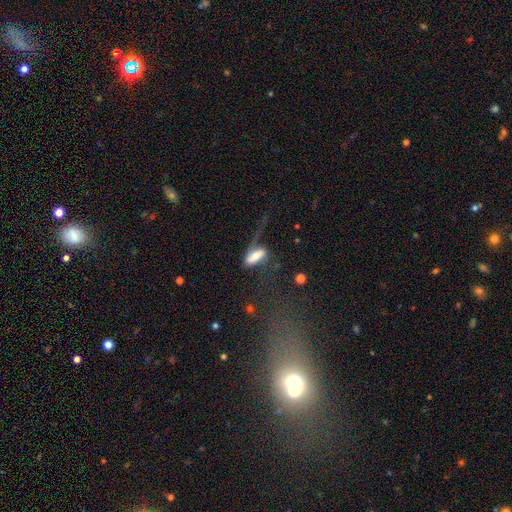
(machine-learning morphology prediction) smooth 50%, featured or disk 42%, star or artifact 8%. Down the decision tree: how rounded — in between (67%); merging — major disturbance (50%).